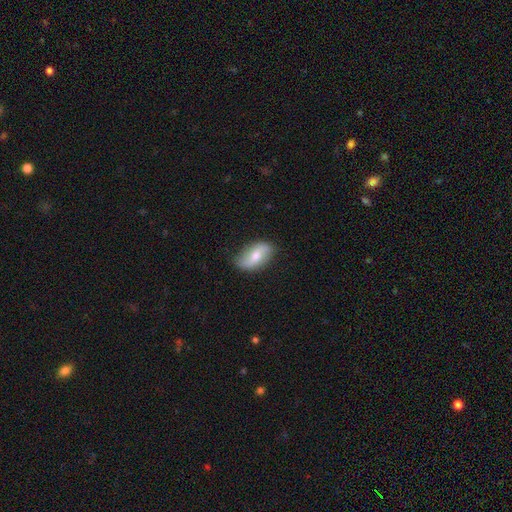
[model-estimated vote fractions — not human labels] Morphology: type=smooth (48%); merging=none (78%).